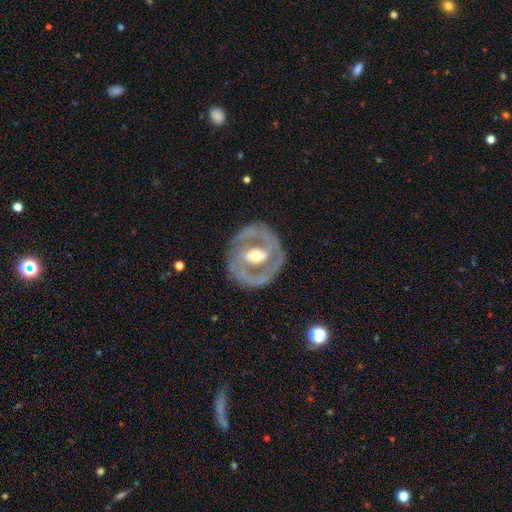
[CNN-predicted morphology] Q: Smooth or featured?
A: featured or disk (84%); runner-up: smooth (12%)
Q: Edge-on disk?
A: no (96%); runner-up: yes (4%)
Q: Bar?
A: weak (40%); runner-up: strong (37%)
Q: Spiral arms?
A: yes (78%); runner-up: no (22%)
Q: Spiral winding?
A: tight (44%); runner-up: medium (43%)
Q: Spiral arm count?
A: 2 (83%); runner-up: can't tell (8%)
Q: Bulge size?
A: moderate (68%); runner-up: small (23%)
Q: Merging?
A: none (82%); runner-up: minor disturbance (11%)